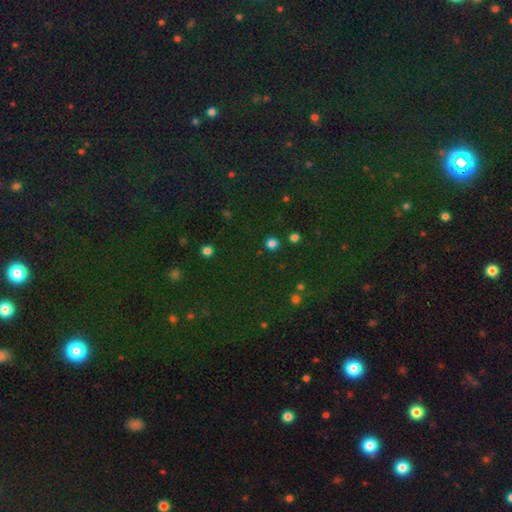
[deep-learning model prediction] A star or artifact, not a galaxy (70%).

Vote fractions:
- Smooth or featured? star or artifact: 70% / smooth: 22% / featured or disk: 8%